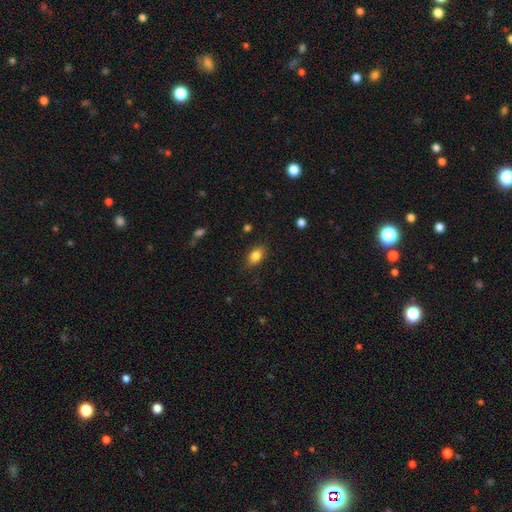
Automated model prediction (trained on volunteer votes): This appears to be a smooth galaxy with no disk features (84%) that is in between round and cigar-shaped (83%). Merging: none (84%).